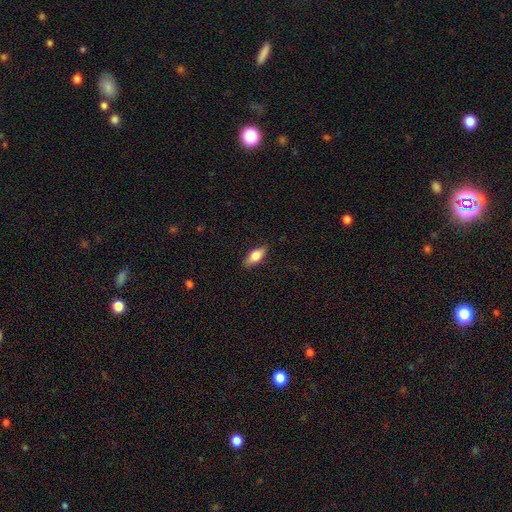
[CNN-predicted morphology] smooth-or-featured: smooth: 72% | featured or disk: 21% | star or artifact: 7%
  how-rounded: in between: 80% | cigar-shaped: 16% | round: 4%
  merging: none: 85% | minor disturbance: 11% | major disturbance: 2% | merger: 1%